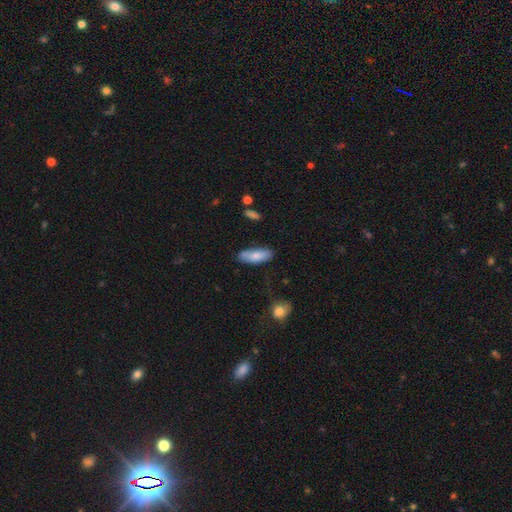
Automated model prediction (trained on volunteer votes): Overall: smooth (78%). How rounded: in between (71%). Merging: none (69%).